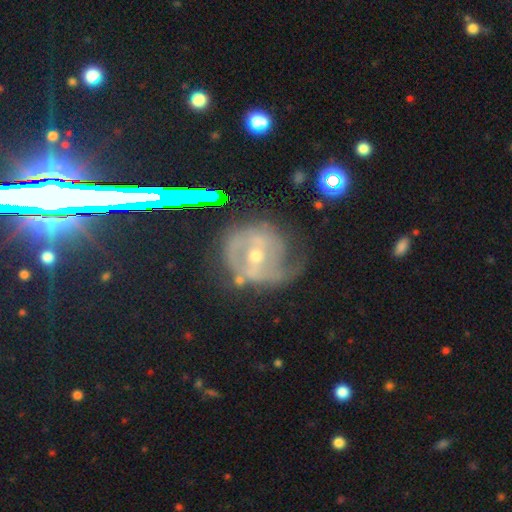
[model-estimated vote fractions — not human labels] smooth_or_featured: featured or disk (p=0.76) [alt: smooth p=0.15]
disk_edge_on: no (p=0.96) [alt: yes p=0.04]
bar: weak (p=0.41) [alt: strong p=0.32]
has_spiral_arms: yes (p=0.78) [alt: no p=0.22]
spiral_winding: medium (p=0.42) [alt: tight p=0.38]
spiral_arm_count: 2 (p=0.56) [alt: can't tell p=0.24]
bulge_size: small (p=0.50) [alt: moderate p=0.46]
merging: none (p=0.50) [alt: minor disturbance p=0.25]